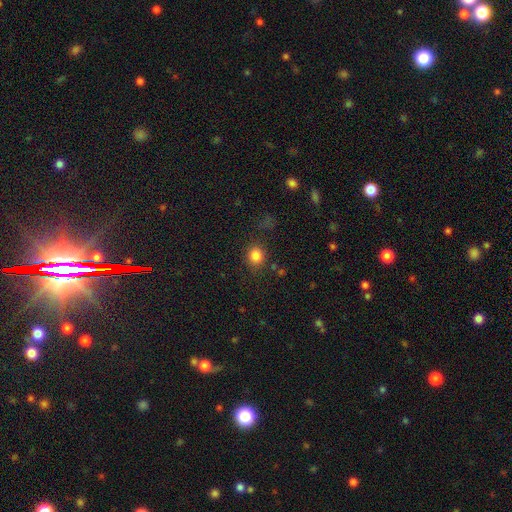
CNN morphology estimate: Smooth or featured? smooth (84%)
How rounded? round (82%)
Merging? none (81%)